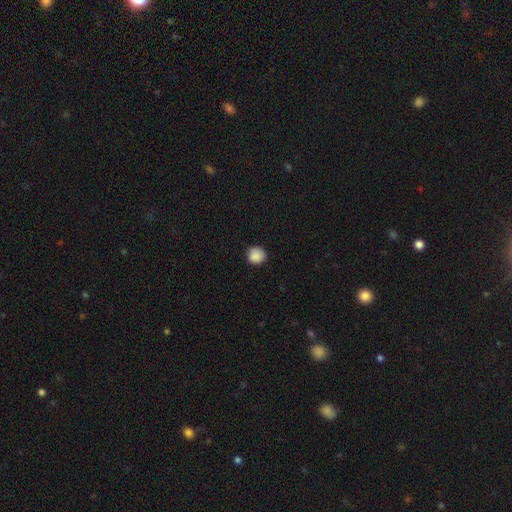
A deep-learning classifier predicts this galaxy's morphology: smooth 88%, star or artifact 9%, featured or disk 3%. Down the decision tree: how rounded — round (91%); merging — none (87%).